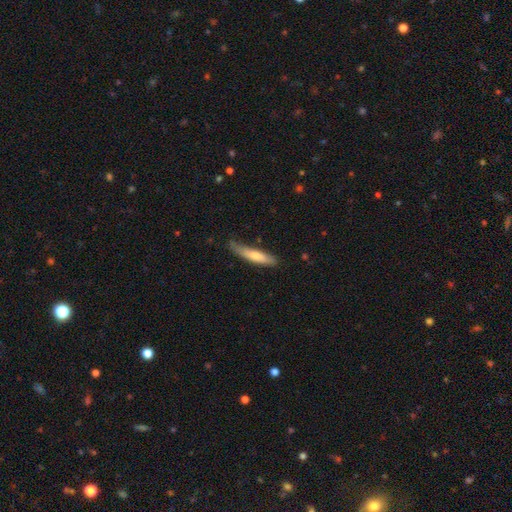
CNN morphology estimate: Smooth or featured?
  - smooth: 67% *
  - featured or disk: 28%
  - star or artifact: 5%
How rounded?
  - cigar-shaped: 85% *
  - in between: 14%
  - round: 1%
Merging?
  - none: 64% *
  - minor disturbance: 28%
  - major disturbance: 5%
  - merger: 2%